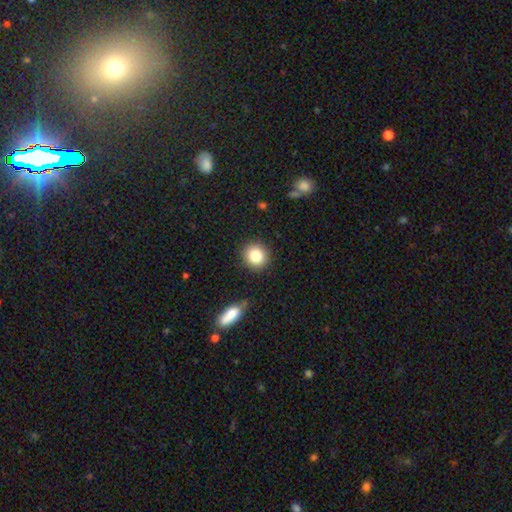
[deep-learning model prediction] Q: Smooth or featured?
A: smooth (83%); runner-up: star or artifact (10%)
Q: How rounded?
A: round (87%); runner-up: in between (12%)
Q: Merging?
A: none (88%); runner-up: minor disturbance (8%)